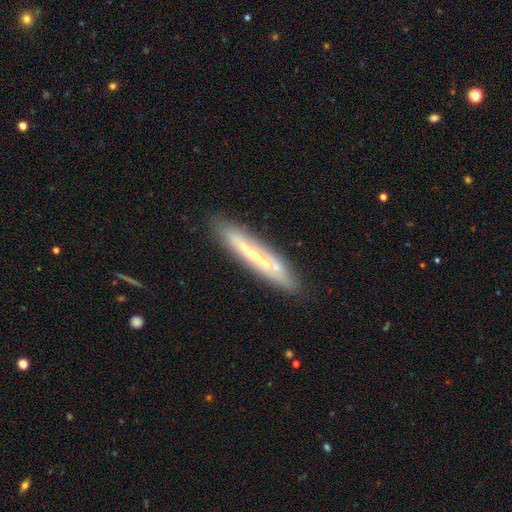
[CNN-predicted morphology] This is likely a featured or disk galaxy (64%). It is likely viewed edge-on (73%). Merging: likely none (79%).